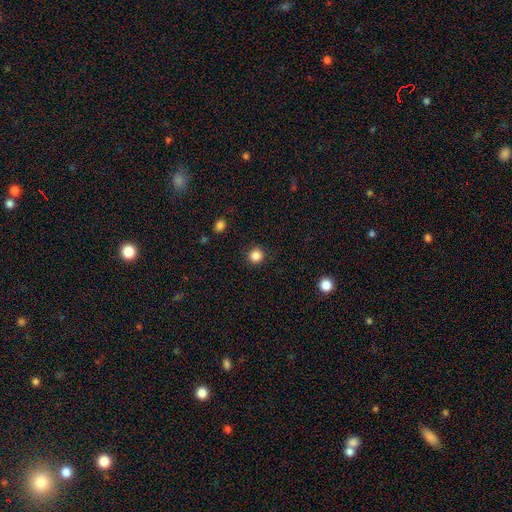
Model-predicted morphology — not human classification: Q: Smooth or featured?
A: smooth (86%); runner-up: star or artifact (11%)
Q: How rounded?
A: round (94%); runner-up: in between (5%)
Q: Merging?
A: none (92%); runner-up: minor disturbance (5%)